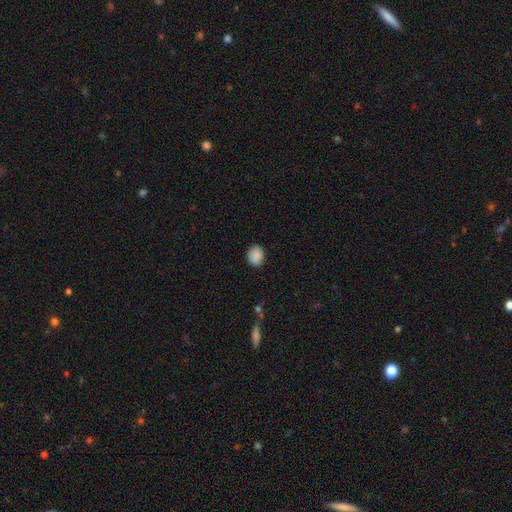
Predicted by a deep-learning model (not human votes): smooth_or_featured: smooth (p=0.88) [alt: star or artifact p=0.08]
how_rounded: round (p=0.61) [alt: in between p=0.38]
merging: none (p=0.83) [alt: minor disturbance p=0.13]